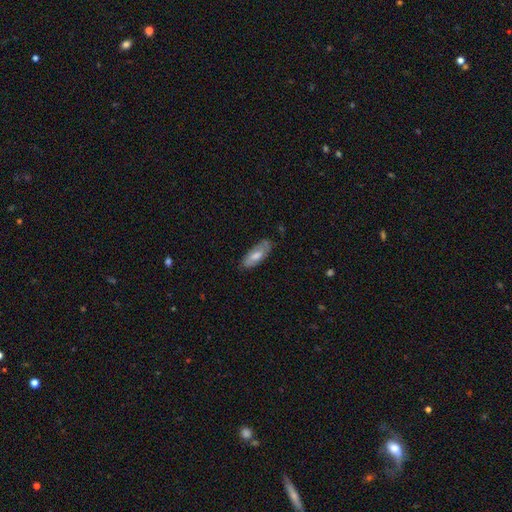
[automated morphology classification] Smooth or featured? Predicted: smooth (p=0.61). How rounded? Predicted: in between (p=0.78). Merging? Predicted: none (p=0.72).